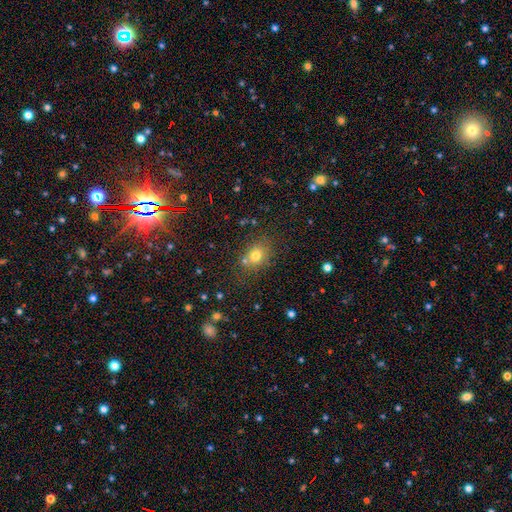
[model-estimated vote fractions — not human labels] Q: Smooth or featured?
A: smooth (72%); runner-up: star or artifact (17%)
Q: How rounded?
A: round (57%); runner-up: in between (42%)
Q: Merging?
A: none (70%); runner-up: minor disturbance (14%)